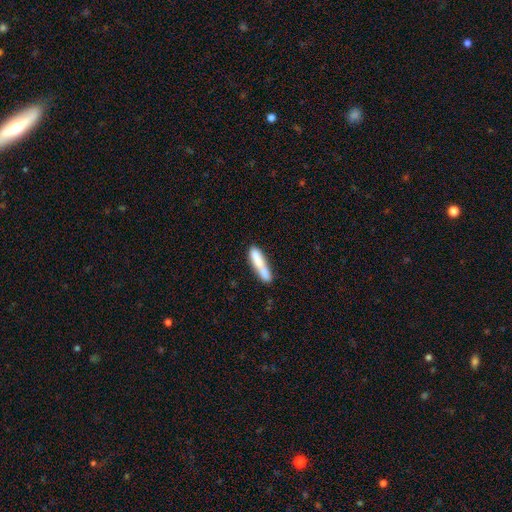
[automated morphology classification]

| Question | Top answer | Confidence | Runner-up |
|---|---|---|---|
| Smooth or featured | smooth | 72% | featured or disk (21%) |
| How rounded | cigar-shaped | 76% | in between (22%) |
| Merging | none | 43% | merger (31%) |